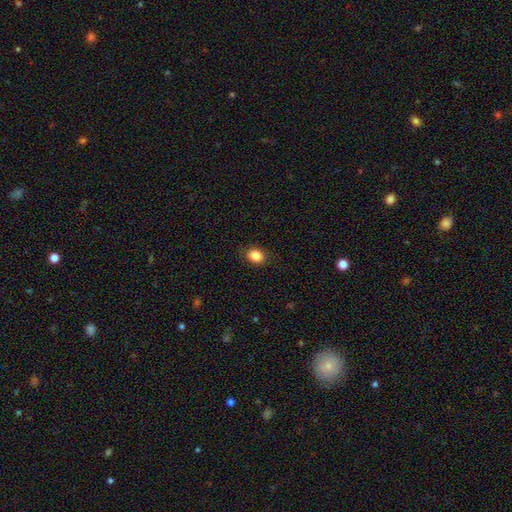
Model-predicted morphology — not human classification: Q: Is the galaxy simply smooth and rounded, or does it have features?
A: smooth — 86%.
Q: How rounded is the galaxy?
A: in between — 50%.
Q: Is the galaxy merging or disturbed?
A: none — 87%.